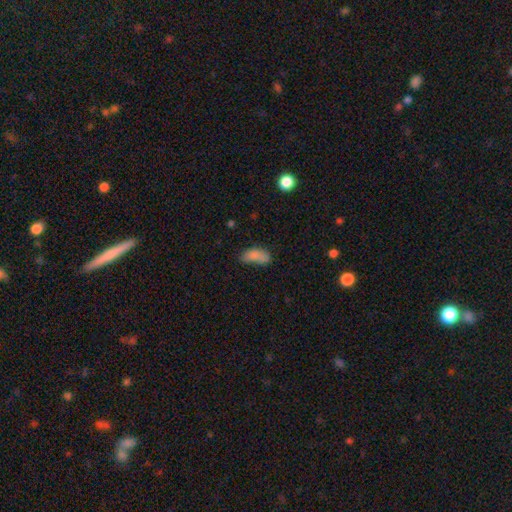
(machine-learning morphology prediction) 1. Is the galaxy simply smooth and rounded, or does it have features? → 80% smooth, 10% star or artifact, 10% featured or disk.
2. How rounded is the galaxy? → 87% in between, 9% cigar-shaped, 4% round.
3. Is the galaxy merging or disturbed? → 40% none, 31% minor disturbance, 17% major disturbance, 12% merger.